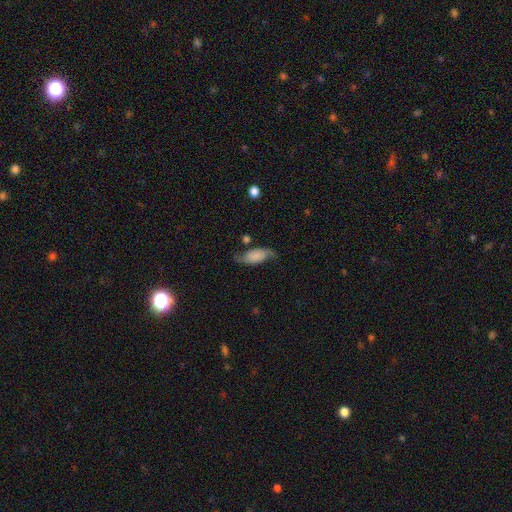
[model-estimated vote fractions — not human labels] Morphology: type=featured or disk (47%); merging=none (61%).